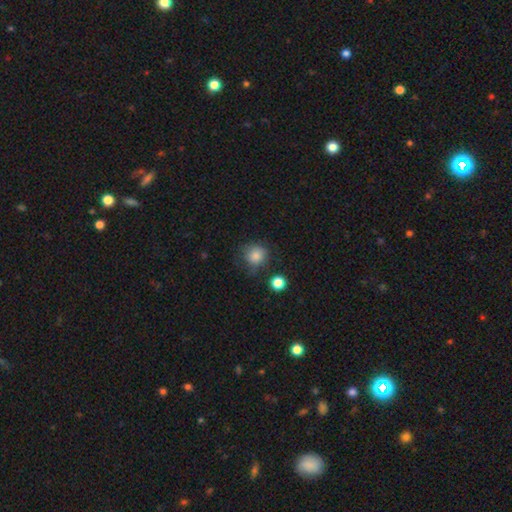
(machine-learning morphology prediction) Smooth or featured: smooth — 83% (star or artifact — 11%)
How rounded: round — 86% (in between — 13%)
Merging: none — 71% (minor disturbance — 19%)